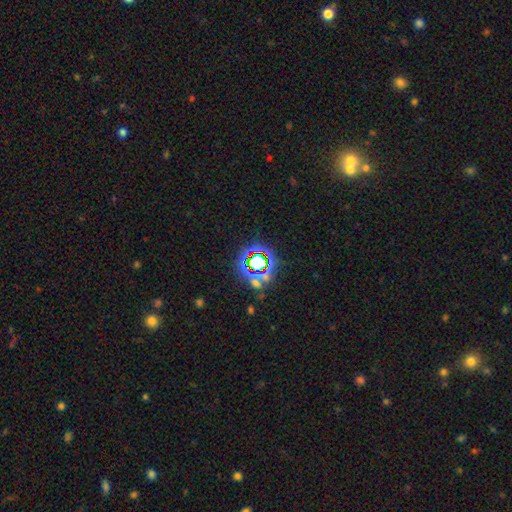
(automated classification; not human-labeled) Smooth or featured?
  - star or artifact: 70% *
  - smooth: 19%
  - featured or disk: 11%